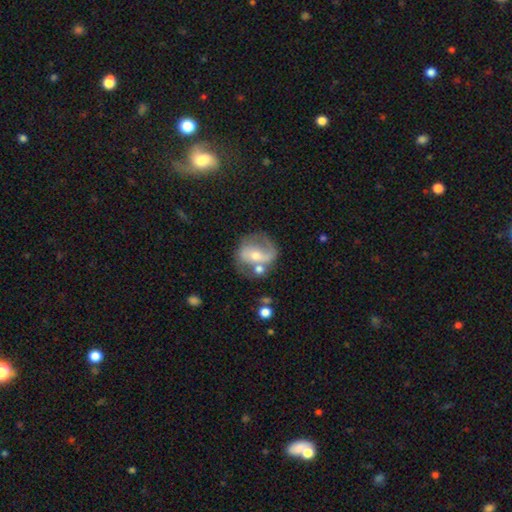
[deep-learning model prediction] This is likely a featured or disk galaxy (68%). It is clearly not viewed edge-on (96%). Bar: marginally no (36%). Spiral arm pattern: likely yes (77%). Spiral arm count: likely 2 (69%). Spiral winding: marginally medium (43%). Central bulge: possibly moderate (53%). Merging: possibly none (54%).